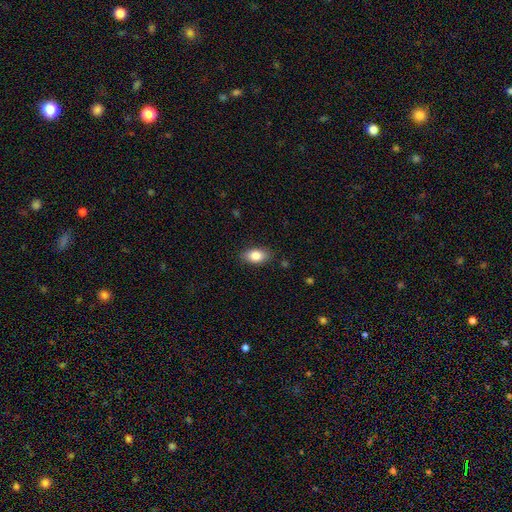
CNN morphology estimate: This is clearly a smooth galaxy (84%). How rounded: clearly in between (89%). Merging: clearly none (86%).